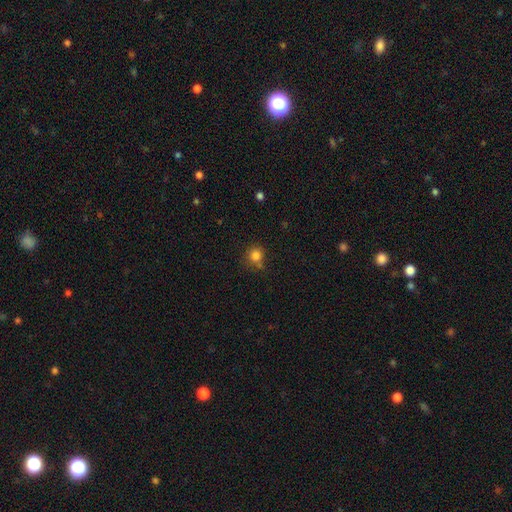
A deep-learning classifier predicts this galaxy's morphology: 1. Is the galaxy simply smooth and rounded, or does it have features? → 83% smooth, 12% star or artifact, 5% featured or disk.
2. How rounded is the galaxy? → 89% round, 10% in between, 1% cigar-shaped.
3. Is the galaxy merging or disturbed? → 71% none, 15% minor disturbance, 10% merger, 4% major disturbance.